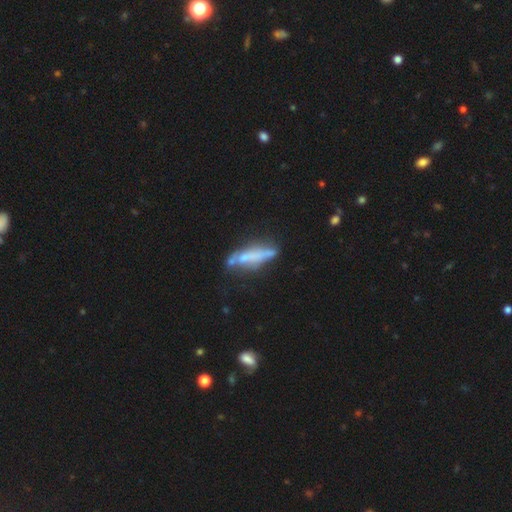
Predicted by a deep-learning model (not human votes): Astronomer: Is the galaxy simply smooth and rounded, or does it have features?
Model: featured or disk — 50% (runner-up: smooth, 42%).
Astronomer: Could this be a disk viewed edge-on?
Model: yes — 70%.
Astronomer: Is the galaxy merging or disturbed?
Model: none — 54%.